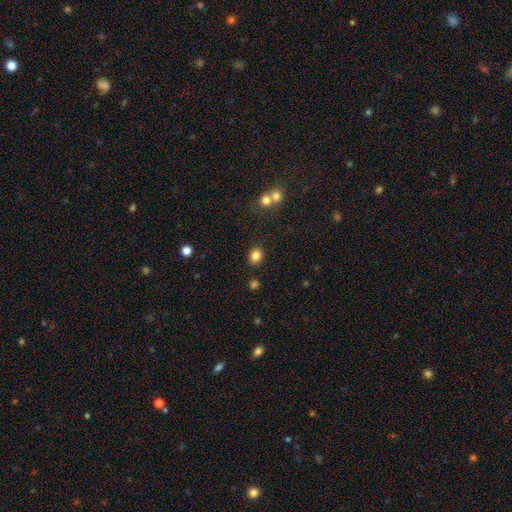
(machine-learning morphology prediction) Q: Smooth or featured?
A: smooth (84%); runner-up: star or artifact (11%)
Q: How rounded?
A: round (58%); runner-up: in between (42%)
Q: Merging?
A: none (85%); runner-up: minor disturbance (8%)